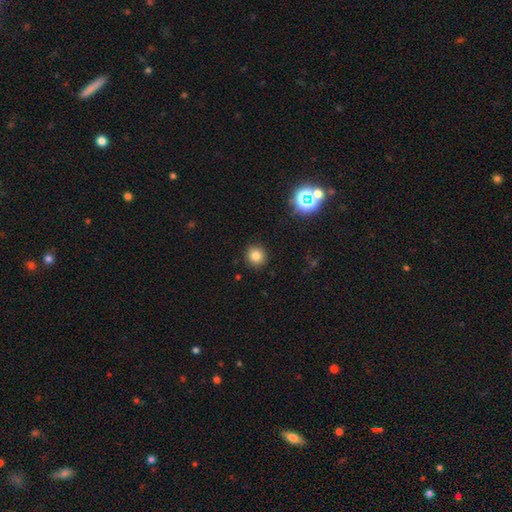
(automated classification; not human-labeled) This is clearly a smooth galaxy (80%). How rounded: clearly round (91%). Merging: clearly none (91%).